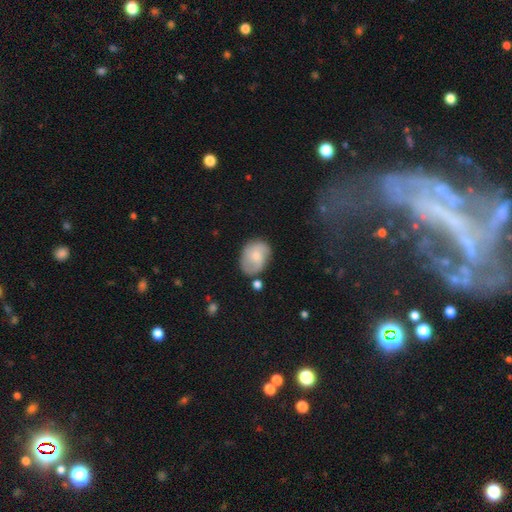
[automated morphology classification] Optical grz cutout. It shows a smooth galaxy with no disk features (49%). Merging: none (65%).